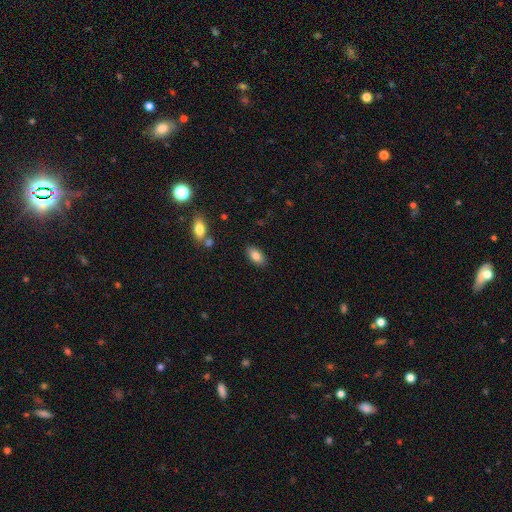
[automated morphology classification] Overall: smooth (85%). How rounded: in between (92%). Merging: none (85%).